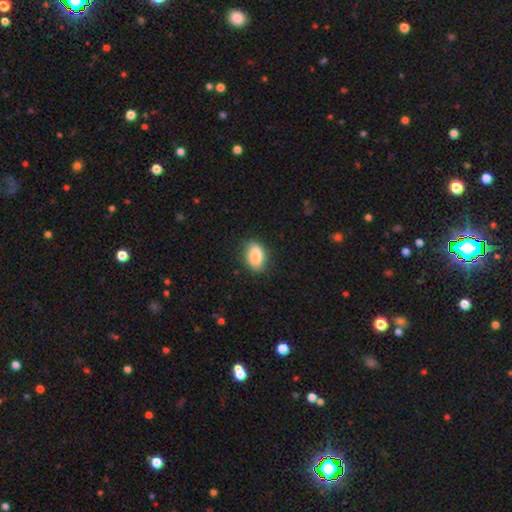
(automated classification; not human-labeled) Smooth or featured: smooth — 86% (featured or disk — 7%)
How rounded: in between — 85% (round — 13%)
Merging: none — 80% (minor disturbance — 16%)